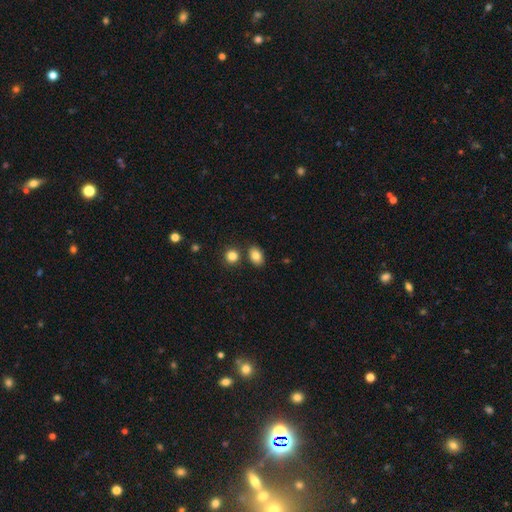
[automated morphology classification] This is clearly a smooth galaxy (83%). How rounded: likely in between (76%). Merging: likely none (78%).